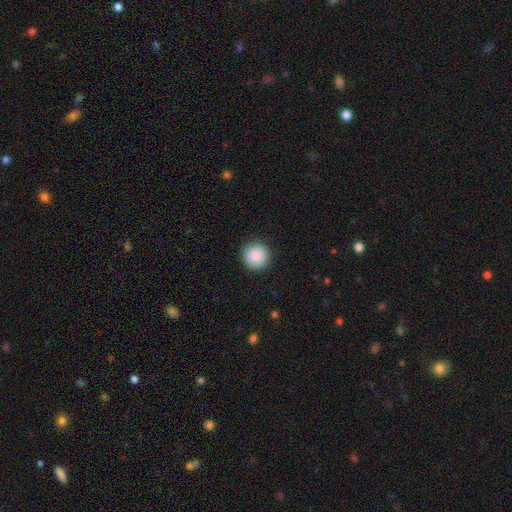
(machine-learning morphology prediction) smooth 88%, star or artifact 8%, featured or disk 4%. Down the decision tree: how rounded — round (95%); merging — none (90%).